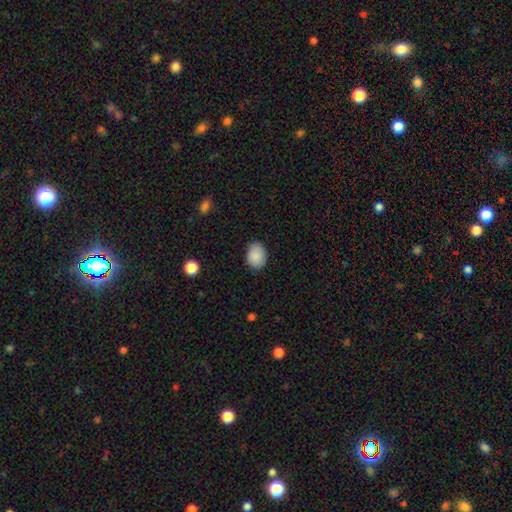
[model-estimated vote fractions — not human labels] A smooth galaxy with no disk features (89%) that is in between round and cigar-shaped (65%). Merging: none (84%).